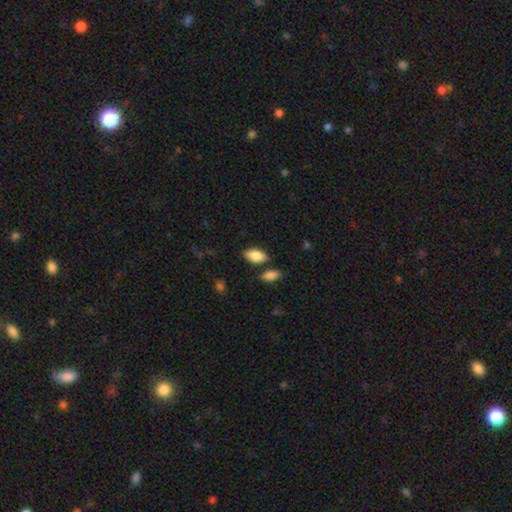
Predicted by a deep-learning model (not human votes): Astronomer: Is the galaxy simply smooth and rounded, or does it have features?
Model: smooth — 86%.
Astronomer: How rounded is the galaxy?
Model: in between — 93%.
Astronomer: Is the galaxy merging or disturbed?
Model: none — 79%.